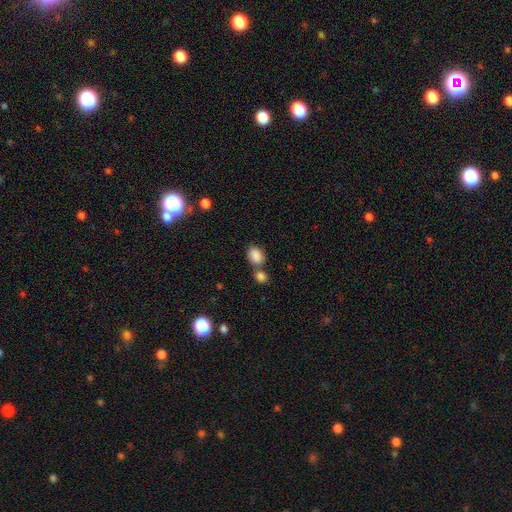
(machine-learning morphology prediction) A smooth galaxy with no disk features (86%) that is in between round and cigar-shaped (68%). Merging: none (50%).